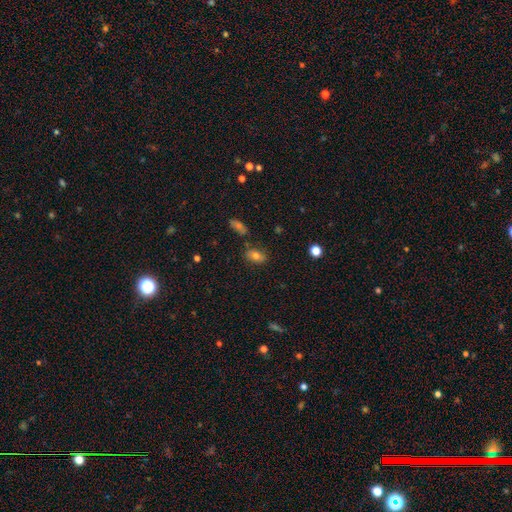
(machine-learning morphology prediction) A smooth galaxy with no disk features (75%) that is in between round and cigar-shaped (84%).

Vote fractions:
- Smooth or featured? smooth: 75% / featured or disk: 14% / star or artifact: 11%
- How rounded? in between: 84% / round: 13% / cigar-shaped: 4%
- Merging? none: 75% / minor disturbance: 15% / merger: 6% / major disturbance: 4%